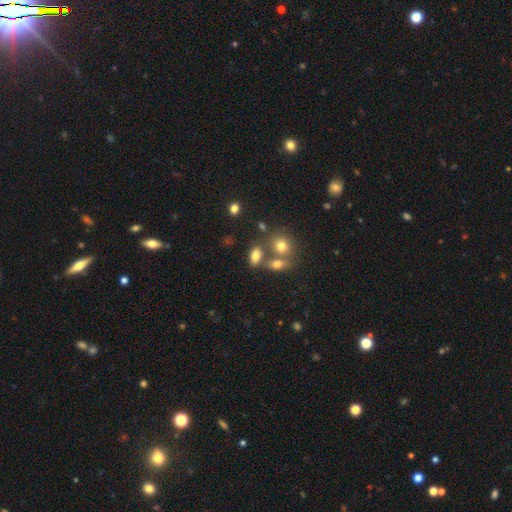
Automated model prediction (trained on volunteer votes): smooth-or-featured: smooth: 75% | featured or disk: 13% | star or artifact: 12%
  how-rounded: in between: 82% | round: 13% | cigar-shaped: 5%
  merging: none: 58% | merger: 25% | minor disturbance: 12% | major disturbance: 5%